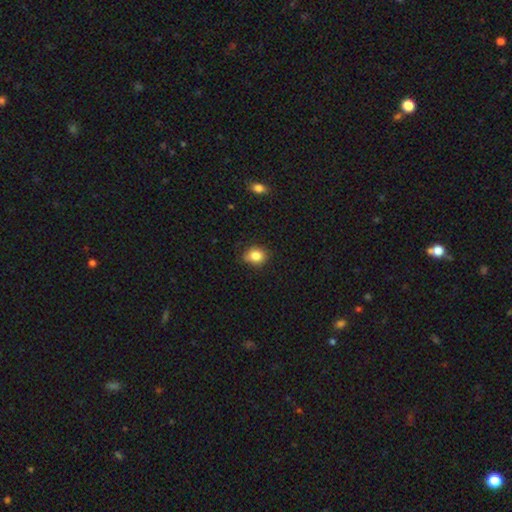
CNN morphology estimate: Q: Smooth or featured?
A: smooth (85%); runner-up: star or artifact (10%)
Q: How rounded?
A: round (59%); runner-up: in between (40%)
Q: Merging?
A: none (77%); runner-up: minor disturbance (19%)